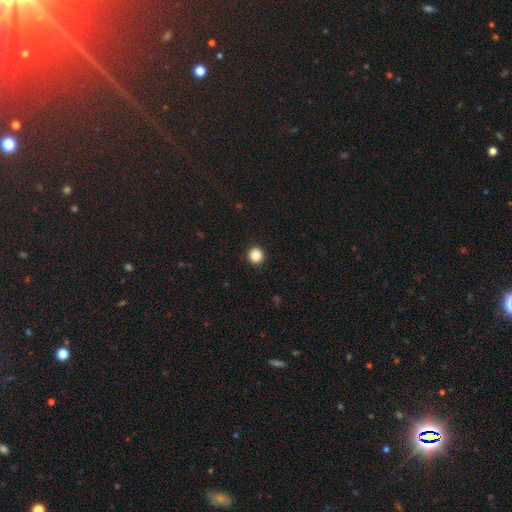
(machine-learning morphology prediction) smooth 86%, star or artifact 10%, featured or disk 4%. Down the decision tree: how rounded — round (93%); merging — none (93%).